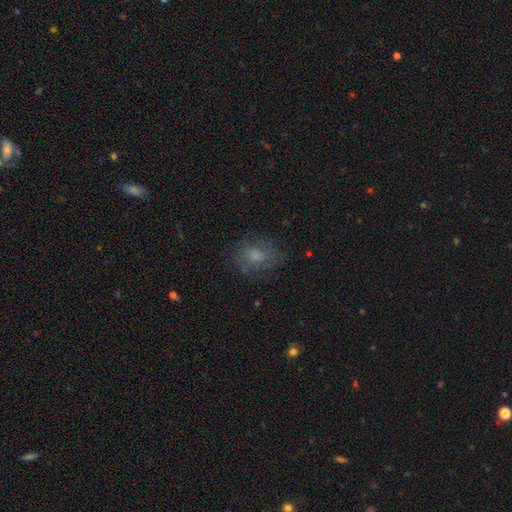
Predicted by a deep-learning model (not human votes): A smooth galaxy with no disk features (59%) that is in between round and cigar-shaped (55%). Merging: none (71%).